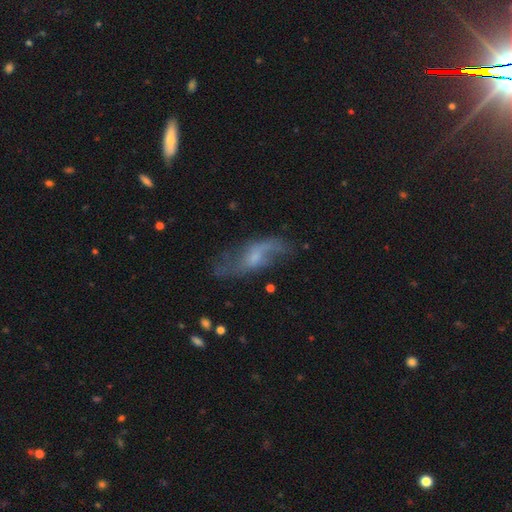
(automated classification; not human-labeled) This is likely a featured or disk galaxy (65%). It is clearly not viewed edge-on (88%). Bar: possibly no (52%). Spiral arm pattern: likely yes (78%). Central bulge: possibly small (49%). Merging: possibly none (57%).